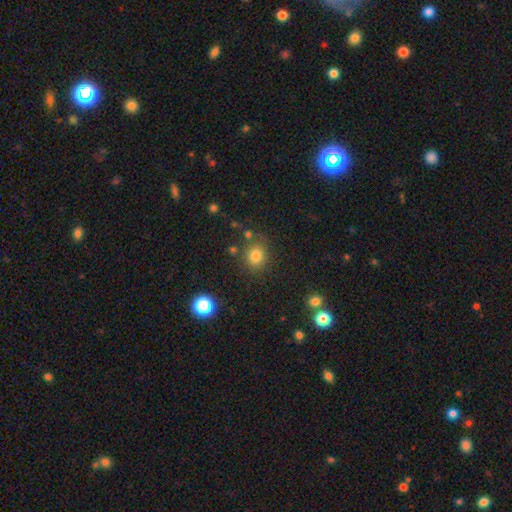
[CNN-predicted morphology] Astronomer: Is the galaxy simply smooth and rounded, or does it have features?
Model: smooth — 79%.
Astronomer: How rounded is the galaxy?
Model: round — 76%.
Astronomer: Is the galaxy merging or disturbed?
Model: none — 78%.